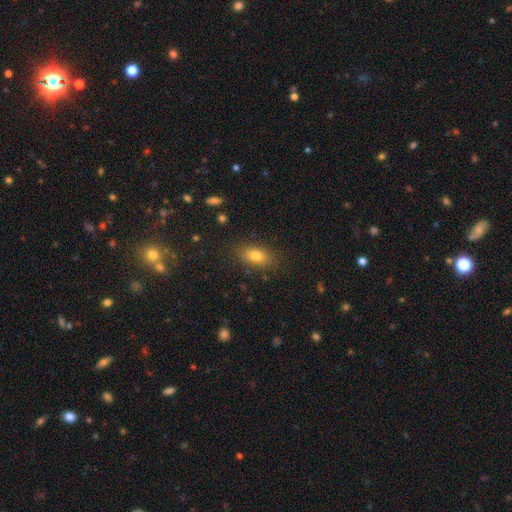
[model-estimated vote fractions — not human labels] Q: Smooth or featured?
A: smooth (77%); runner-up: star or artifact (13%)
Q: How rounded?
A: in between (83%); runner-up: round (11%)
Q: Merging?
A: none (86%); runner-up: minor disturbance (10%)